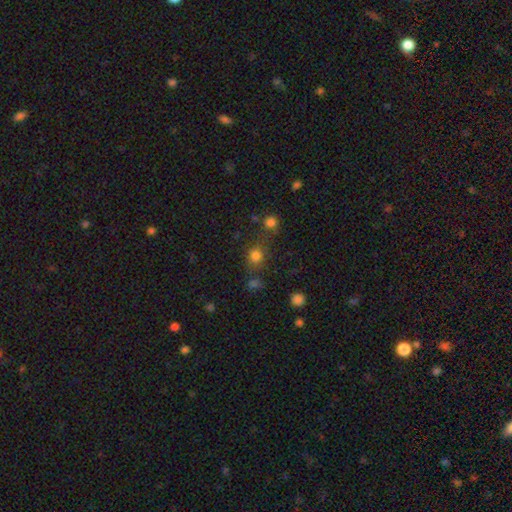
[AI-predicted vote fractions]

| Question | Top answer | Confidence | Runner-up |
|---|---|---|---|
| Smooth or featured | smooth | 76% | star or artifact (18%) |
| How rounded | round | 82% | in between (17%) |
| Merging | none | 68% | merger (14%) |